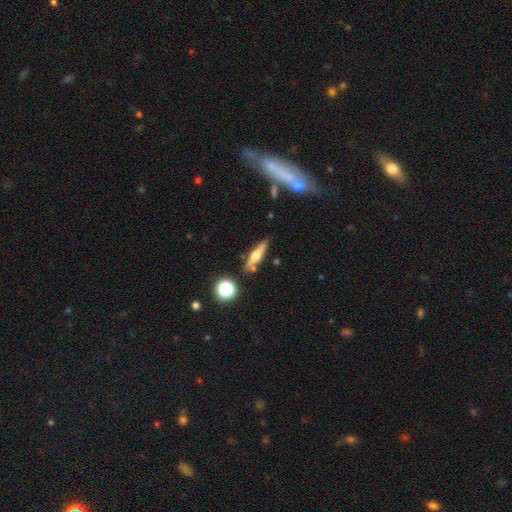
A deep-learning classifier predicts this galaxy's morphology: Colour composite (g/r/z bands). It shows a featured or disk galaxy (57%) viewed edge-on (94%) with a rounded central bulge (90%). Merging: none (81%).